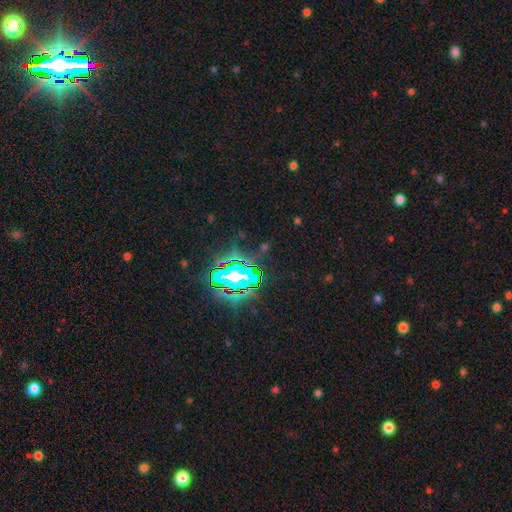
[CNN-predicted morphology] Smooth or featured? star or artifact (80%)